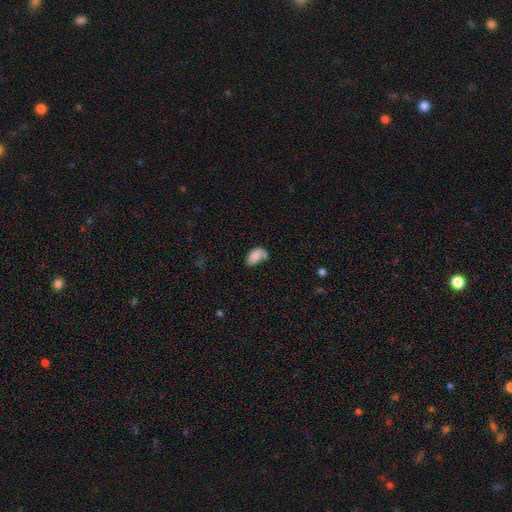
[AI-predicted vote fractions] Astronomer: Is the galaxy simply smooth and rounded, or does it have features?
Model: smooth — 74%.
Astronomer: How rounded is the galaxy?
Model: in between — 91%.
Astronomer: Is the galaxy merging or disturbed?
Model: none — 39% (runner-up: minor disturbance, 26%).